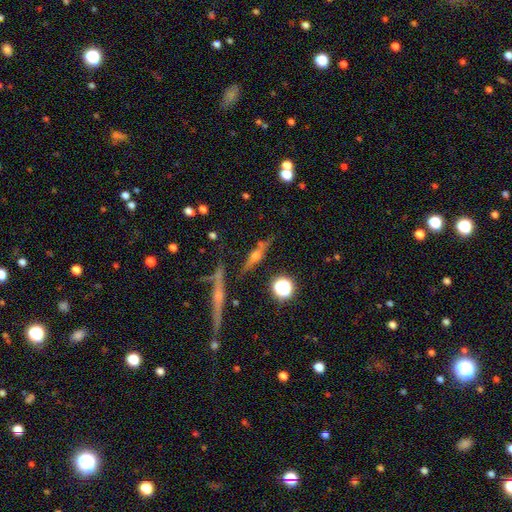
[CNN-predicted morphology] A featured or disk galaxy (57%) viewed edge-on (89%) with a rounded central bulge (84%).

Vote fractions:
- Smooth or featured? featured or disk: 57% / smooth: 27% / star or artifact: 16%
- Edge-on disk? yes: 89% / no: 11%
- Edge-on bulge? rounded: 84% / none: 9% / boxy: 7%
- Merging? none: 73% / minor disturbance: 14% / merger: 7% / major disturbance: 5%